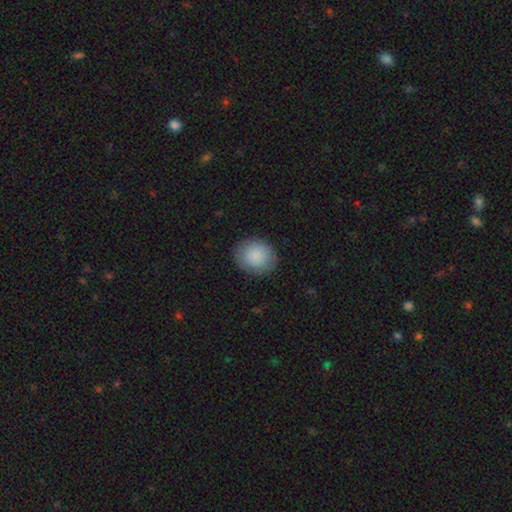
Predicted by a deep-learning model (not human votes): This is clearly a smooth galaxy (87%). How rounded: likely round (72%). Merging: clearly none (86%).